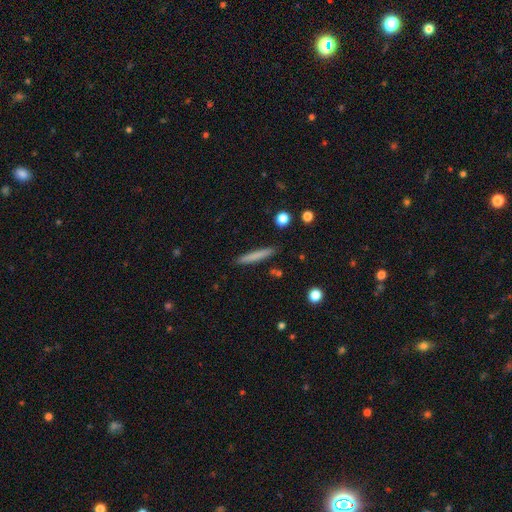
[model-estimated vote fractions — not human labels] Q: Smooth or featured?
A: smooth (75%); runner-up: featured or disk (19%)
Q: How rounded?
A: cigar-shaped (95%); runner-up: in between (4%)
Q: Merging?
A: none (90%); runner-up: minor disturbance (7%)